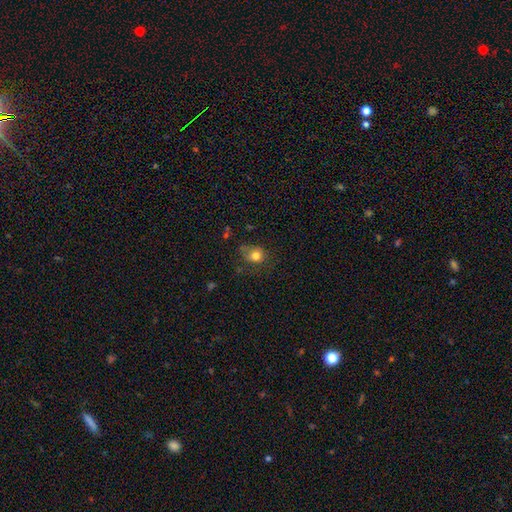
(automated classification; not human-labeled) smooth_or_featured: smooth (p=0.78) [alt: star or artifact p=0.11]
how_rounded: round (p=0.62) [alt: in between p=0.37]
merging: none (p=0.54) [alt: minor disturbance p=0.29]